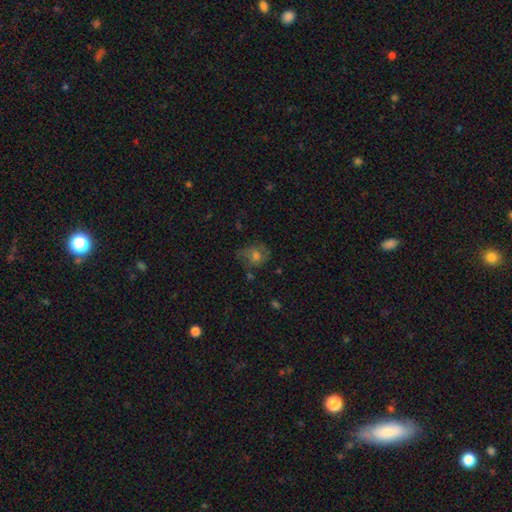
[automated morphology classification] Smooth or featured? Predicted: smooth (p=0.55). How rounded? Predicted: round (p=0.62). Merging? Predicted: none (p=0.56).